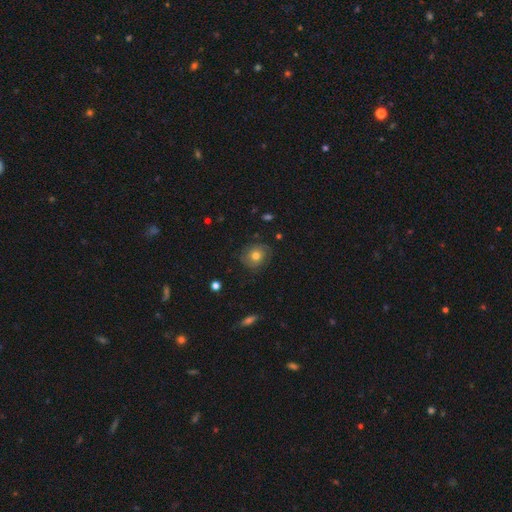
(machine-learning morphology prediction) Q: Smooth or featured?
A: smooth (53%); runner-up: featured or disk (34%)
Q: How rounded?
A: round (78%); runner-up: in between (21%)
Q: Merging?
A: none (79%); runner-up: minor disturbance (15%)